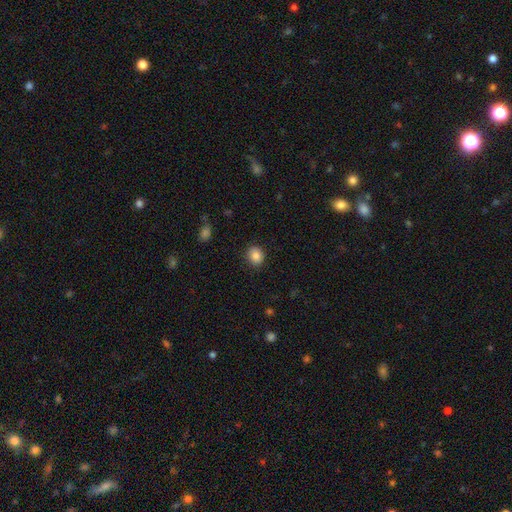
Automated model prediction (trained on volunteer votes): This is clearly a smooth galaxy (85%). How rounded: likely round (69%). Merging: clearly none (88%).